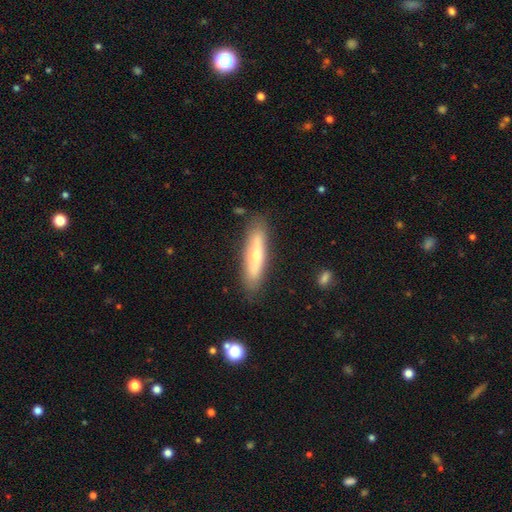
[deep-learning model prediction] Morphology: type=smooth (55%); roundness=cigar-shaped (79%); merging=none (84%).